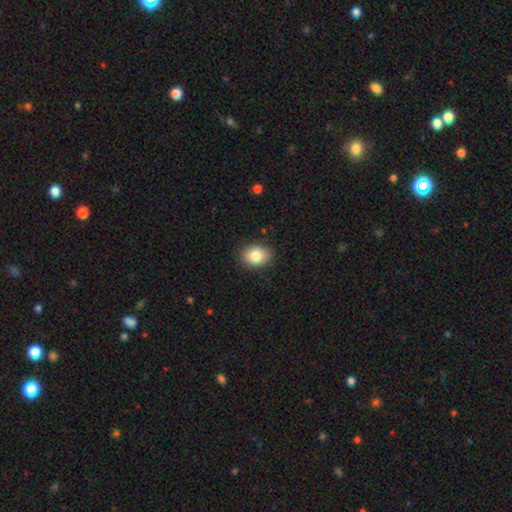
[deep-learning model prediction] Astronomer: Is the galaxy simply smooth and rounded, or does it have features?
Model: smooth — 85%.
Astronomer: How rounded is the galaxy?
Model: in between — 61% (runner-up: round, 38%).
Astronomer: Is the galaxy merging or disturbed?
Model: none — 86%.